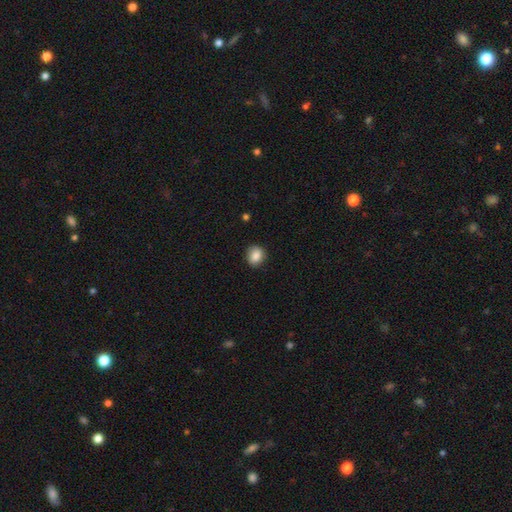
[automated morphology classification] Smooth or featured: smooth — 87% (star or artifact — 8%)
How rounded: round — 72% (in between — 27%)
Merging: none — 87% (minor disturbance — 10%)